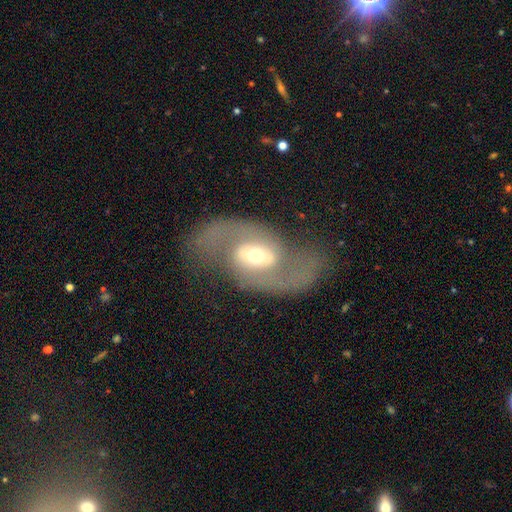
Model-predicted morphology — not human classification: The model was most divided on "spiral winding": medium: 49%, loose: 38%, tight: 13%. Remaining: edge-on disk — no (96%); spiral arms — yes (93%); spiral arm count — 2 (93%); smooth or featured — featured or disk (87%); merging — none (77%); bulge size — moderate (65%); bar — weak (43%).